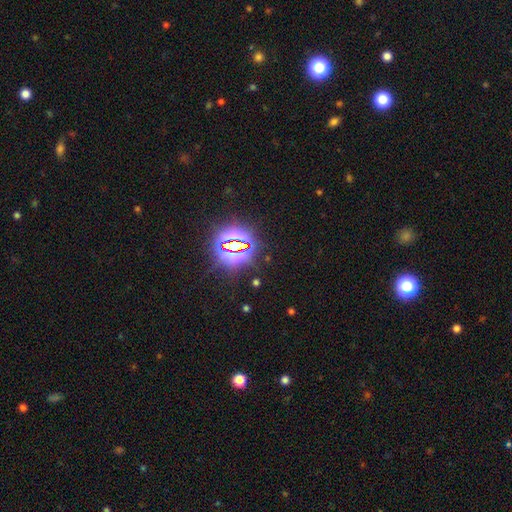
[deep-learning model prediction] Morphology: type=star or artifact (83%).